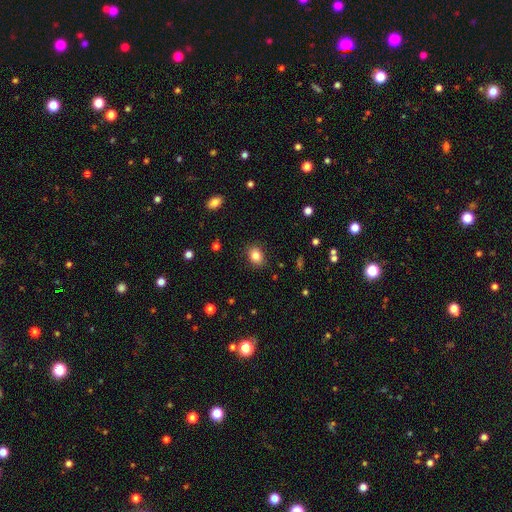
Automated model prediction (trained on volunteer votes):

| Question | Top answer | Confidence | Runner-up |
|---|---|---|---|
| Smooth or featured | smooth | 83% | star or artifact (10%) |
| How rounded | in between | 56% | round (43%) |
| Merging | none | 86% | minor disturbance (10%) |